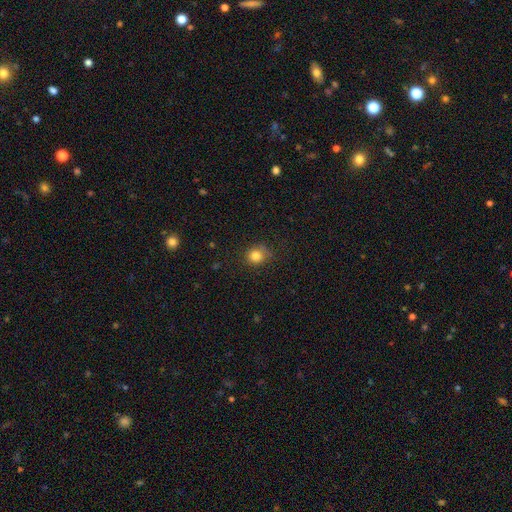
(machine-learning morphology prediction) Smooth or featured?
  - smooth: 82% *
  - star or artifact: 11%
  - featured or disk: 6%
How rounded?
  - round: 78% *
  - in between: 21%
  - cigar-shaped: 1%
Merging?
  - none: 72% *
  - minor disturbance: 20%
  - major disturbance: 6%
  - merger: 2%